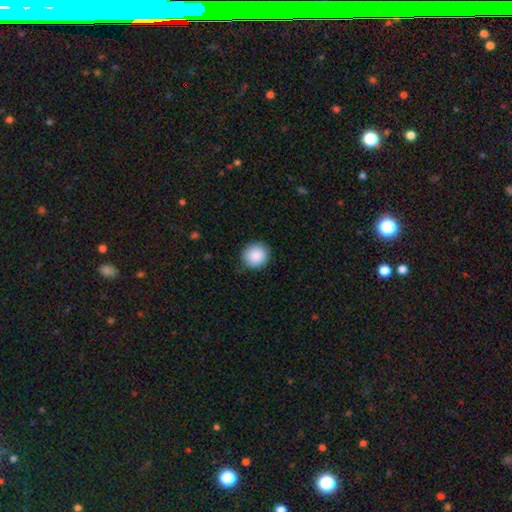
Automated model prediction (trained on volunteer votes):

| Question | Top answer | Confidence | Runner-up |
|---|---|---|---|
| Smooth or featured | smooth | 89% | star or artifact (8%) |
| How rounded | round | 90% | in between (9%) |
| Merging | none | 88% | minor disturbance (9%) |